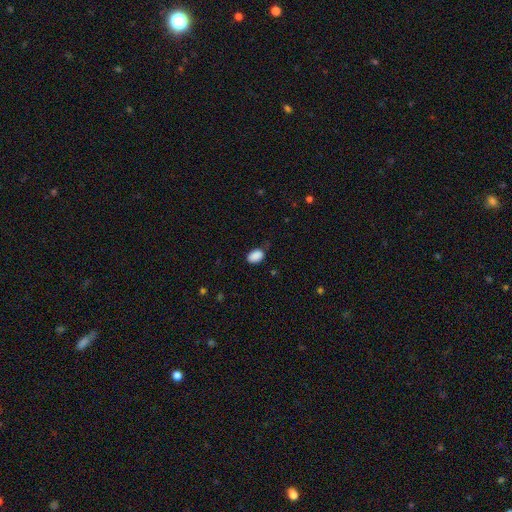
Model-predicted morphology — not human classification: This appears to be a smooth galaxy with no disk features (89%) that is in between round and cigar-shaped (86%). Merging: none (77%).